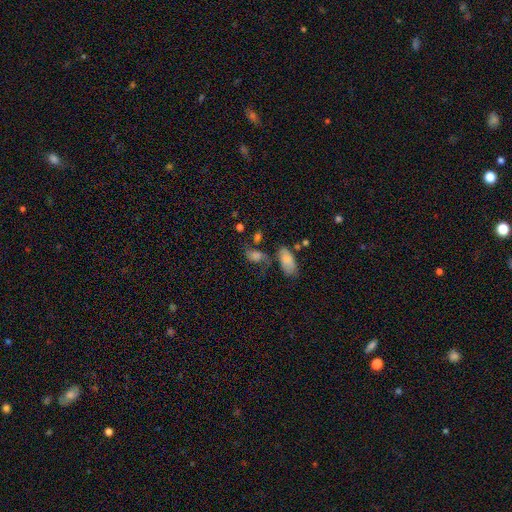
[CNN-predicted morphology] smooth_or_featured: smooth (p=0.55) [alt: featured or disk p=0.27]
how_rounded: in between (p=0.79) [alt: round p=0.16]
merging: none (p=0.42) [alt: merger p=0.23]